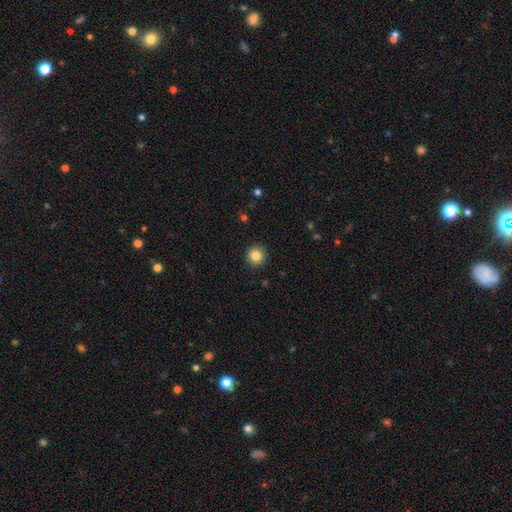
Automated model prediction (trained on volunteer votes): Smooth or featured? Predicted: smooth (p=0.84). How rounded? Predicted: round (p=0.94). Merging? Predicted: none (p=0.92).